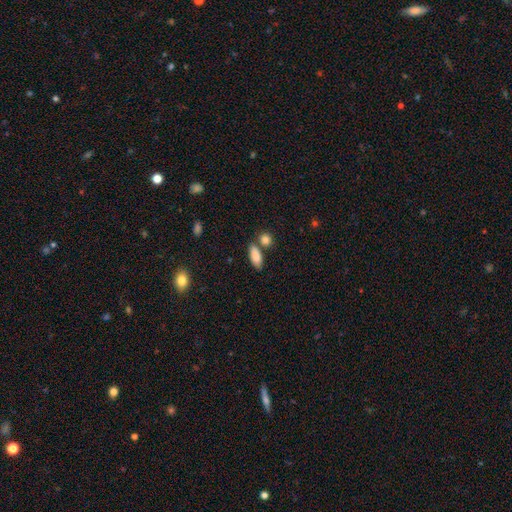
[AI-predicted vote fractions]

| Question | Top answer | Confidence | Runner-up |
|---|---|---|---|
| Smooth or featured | smooth | 86% | featured or disk (7%) |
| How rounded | in between | 78% | cigar-shaped (18%) |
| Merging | none | 67% | merger (16%) |